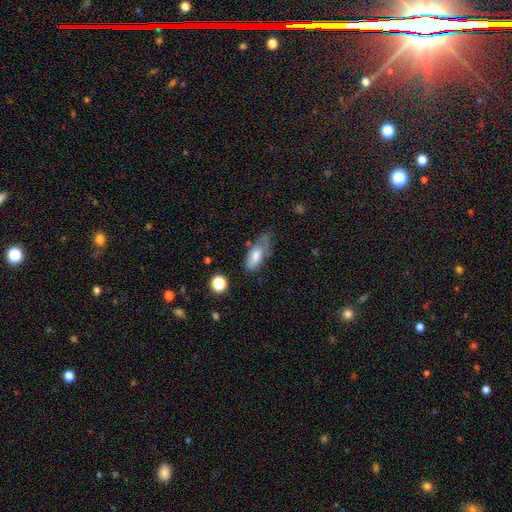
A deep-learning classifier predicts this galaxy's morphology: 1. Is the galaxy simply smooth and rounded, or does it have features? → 68% smooth, 24% featured or disk, 8% star or artifact.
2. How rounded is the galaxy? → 80% in between, 16% cigar-shaped, 3% round.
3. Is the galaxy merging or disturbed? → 37% minor disturbance, 36% none, 23% major disturbance, 4% merger.